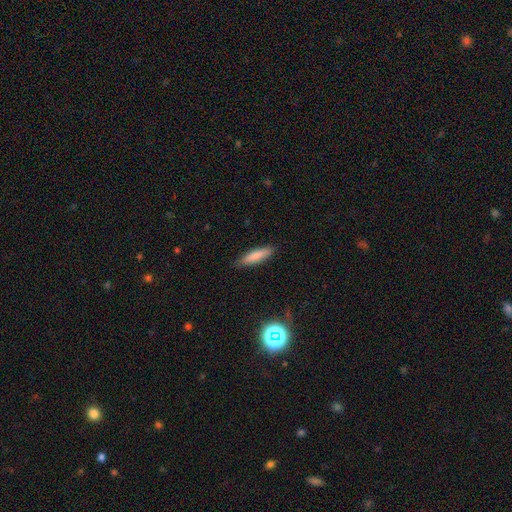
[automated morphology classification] Smooth or featured? Predicted: smooth (p=0.80). How rounded? Predicted: cigar-shaped (p=0.74). Merging? Predicted: none (p=0.87).